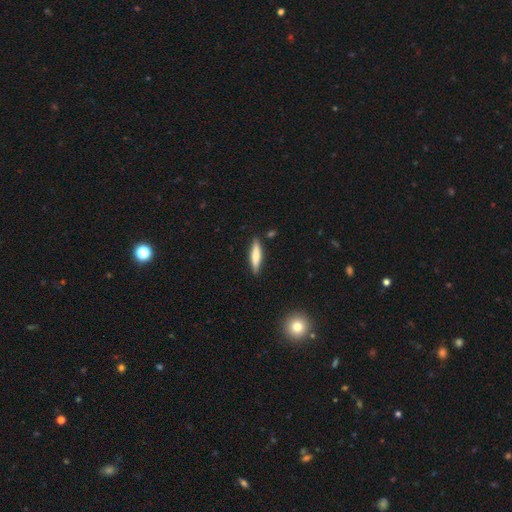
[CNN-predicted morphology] Smooth or featured?
  - smooth: 66% *
  - featured or disk: 28%
  - star or artifact: 6%
How rounded?
  - cigar-shaped: 84% *
  - in between: 15%
  - round: 1%
Merging?
  - none: 87% *
  - minor disturbance: 9%
  - merger: 2%
  - major disturbance: 2%